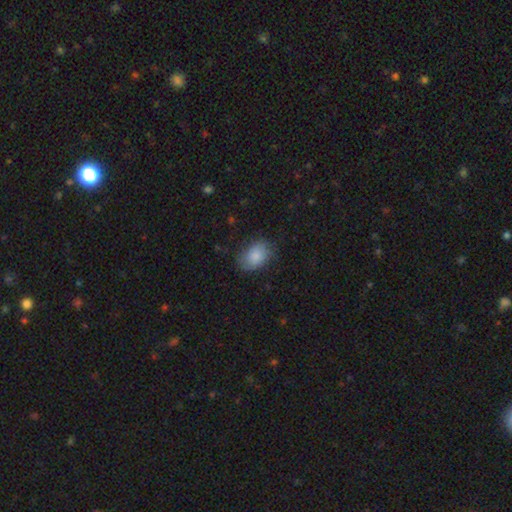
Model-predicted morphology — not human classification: Smooth or featured?
  - smooth: 83% *
  - featured or disk: 10%
  - star or artifact: 7%
How rounded?
  - in between: 80% *
  - round: 19%
  - cigar-shaped: 1%
Merging?
  - none: 72% *
  - minor disturbance: 20%
  - major disturbance: 6%
  - merger: 1%